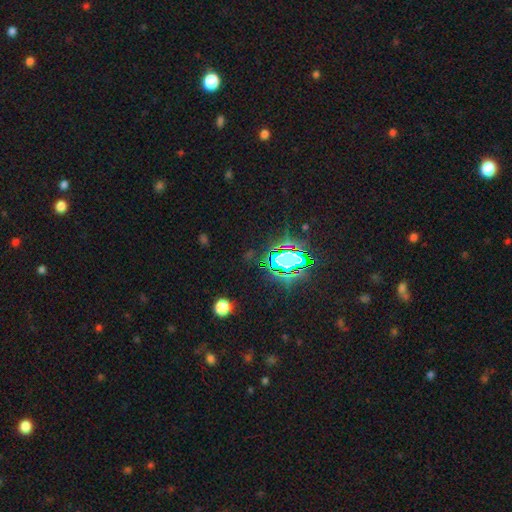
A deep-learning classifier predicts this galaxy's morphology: Smooth or featured: star or artifact — 77% (smooth — 15%)